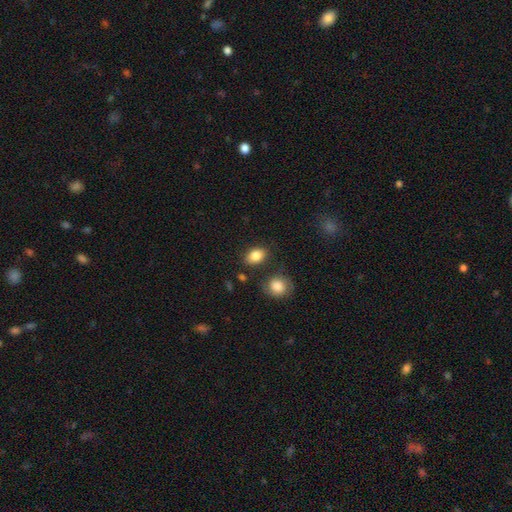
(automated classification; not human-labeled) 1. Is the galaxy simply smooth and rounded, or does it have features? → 86% smooth, 8% star or artifact, 6% featured or disk.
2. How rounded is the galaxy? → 77% in between, 22% round, 1% cigar-shaped.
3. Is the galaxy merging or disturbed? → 79% none, 12% minor disturbance, 6% merger, 3% major disturbance.